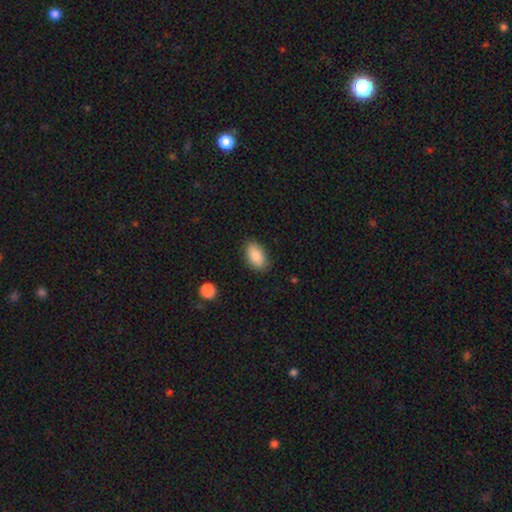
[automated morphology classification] A smooth galaxy with no disk features (86%) that is in between round and cigar-shaped (93%). Merging: none (84%).